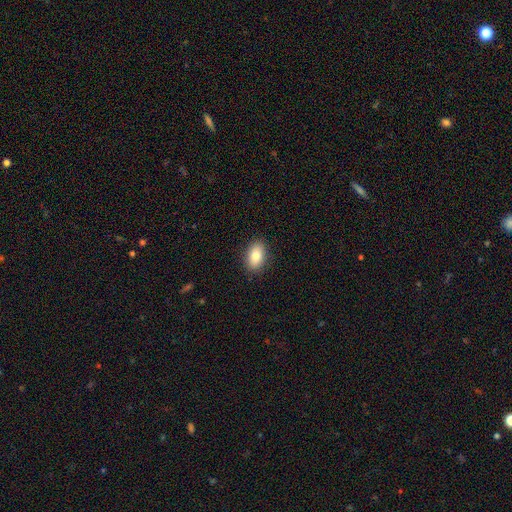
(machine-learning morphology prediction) Overall: smooth (84%). How rounded: in between (89%). Merging: none (89%).